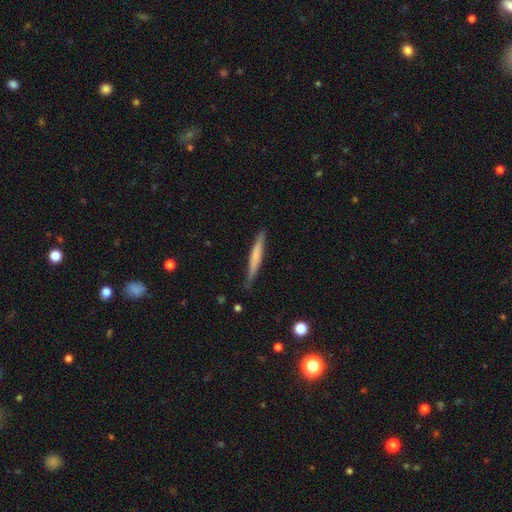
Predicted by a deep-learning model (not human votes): This is possibly a smooth galaxy (58%). How rounded: clearly cigar-shaped (95%). Merging: clearly none (80%).